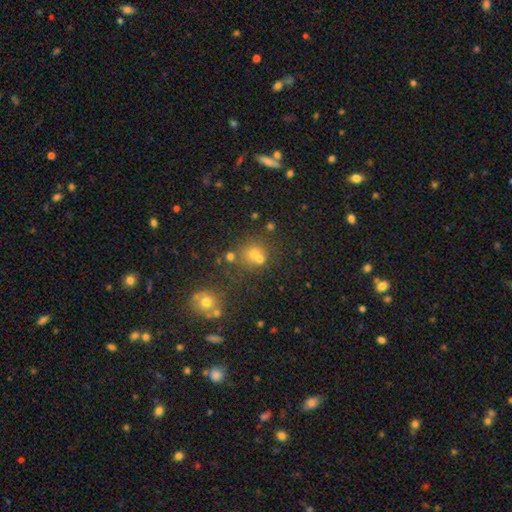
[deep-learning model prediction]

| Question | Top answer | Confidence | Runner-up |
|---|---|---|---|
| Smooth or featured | smooth | 61% | star or artifact (24%) |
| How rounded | round | 80% | in between (19%) |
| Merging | none | 49% | merger (36%) |